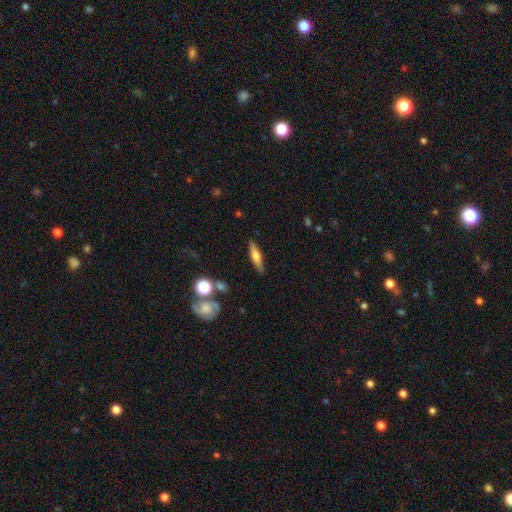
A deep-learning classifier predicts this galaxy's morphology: type=featured or disk (49%); merging=none (86%).